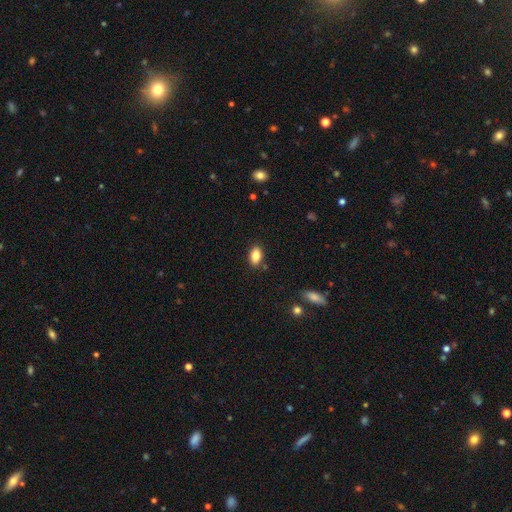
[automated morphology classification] Smooth or featured? Predicted: smooth (p=0.86). How rounded? Predicted: in between (p=0.90). Merging? Predicted: none (p=0.86).